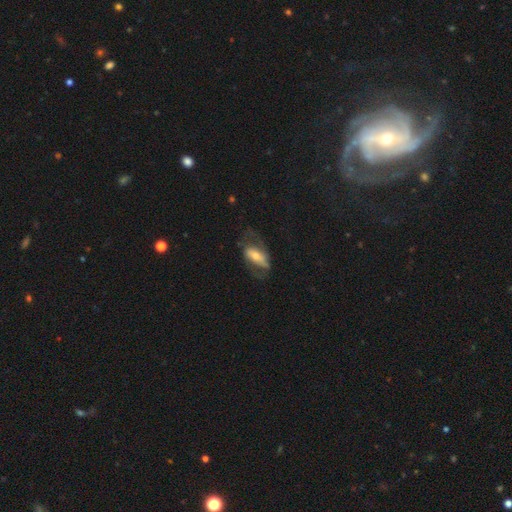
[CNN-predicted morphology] Smooth or featured?
  - featured or disk: 56% *
  - smooth: 37%
  - star or artifact: 7%
Edge-on disk?
  - no: 86% *
  - yes: 14%
Merging?
  - none: 55% *
  - major disturbance: 22%
  - minor disturbance: 21%
  - merger: 2%